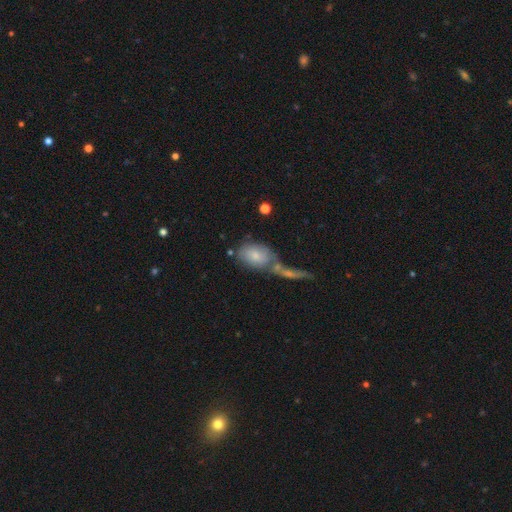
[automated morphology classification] Smooth or featured? Predicted: smooth (p=0.70). How rounded? Predicted: in between (p=0.86). Merging? Predicted: merger (p=0.41).